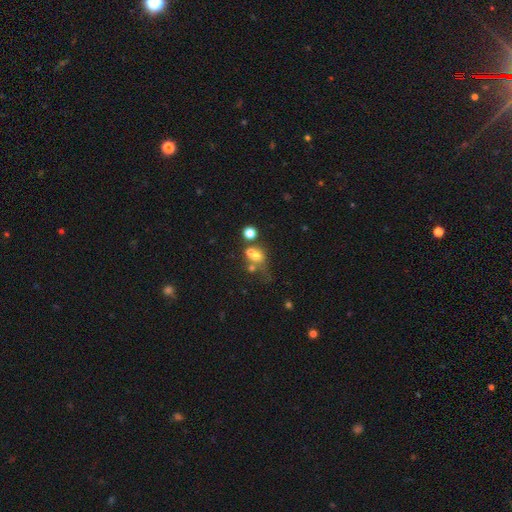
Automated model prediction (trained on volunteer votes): smooth 58%, featured or disk 24%, star or artifact 18%. Down the decision tree: how rounded — round (65%); merging — merger (51%).